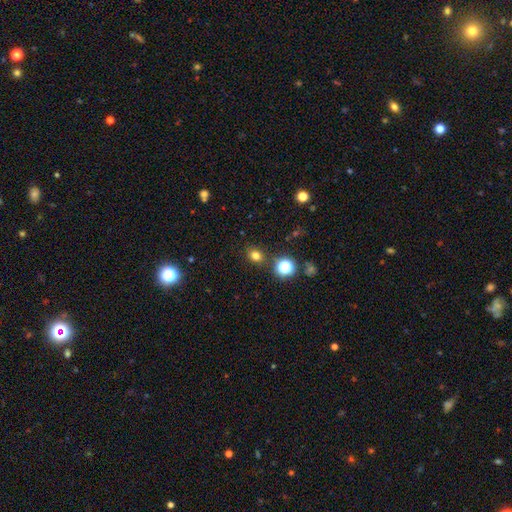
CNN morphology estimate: type=smooth (74%); roundness=round (64%); merging=none (84%).